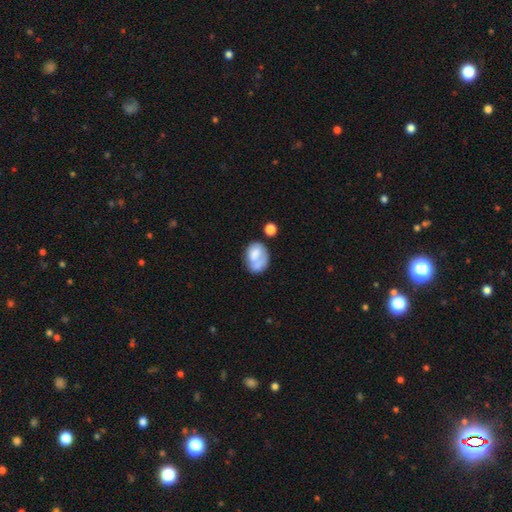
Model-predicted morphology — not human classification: type=smooth (63%); roundness=in between (73%); merging=none (37%).